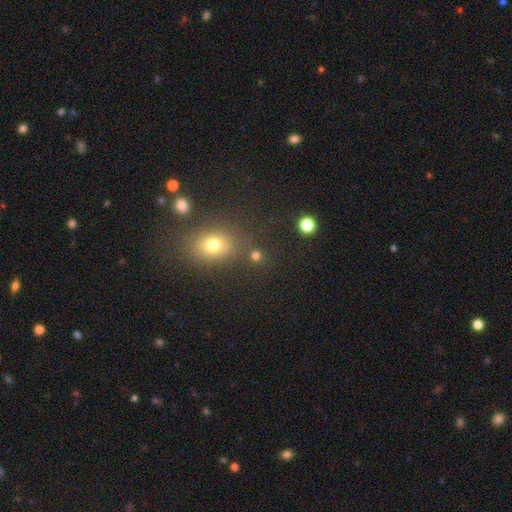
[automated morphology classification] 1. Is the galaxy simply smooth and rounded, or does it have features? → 76% smooth, 18% star or artifact, 5% featured or disk.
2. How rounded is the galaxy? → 87% round, 12% in between, 1% cigar-shaped.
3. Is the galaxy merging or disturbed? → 81% none, 7% merger, 7% minor disturbance, 4% major disturbance.